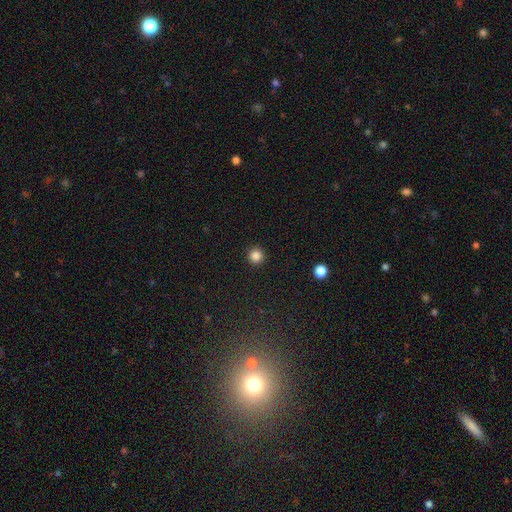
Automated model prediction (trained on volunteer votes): Smooth or featured? smooth (84%)
How rounded? round (96%)
Merging? none (93%)